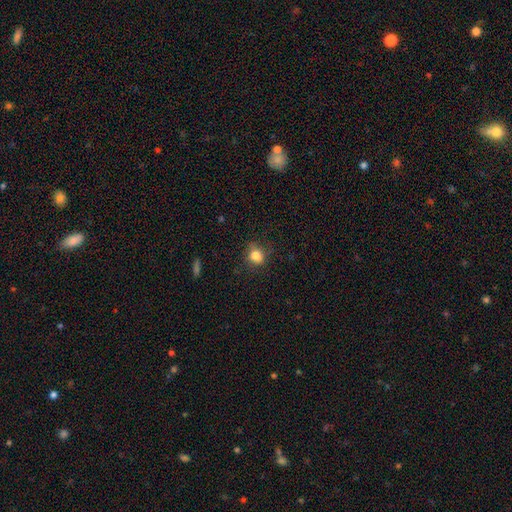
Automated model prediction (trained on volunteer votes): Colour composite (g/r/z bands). It shows a smooth galaxy with no disk features (82%) that is round (68%). Merging: none (72%).